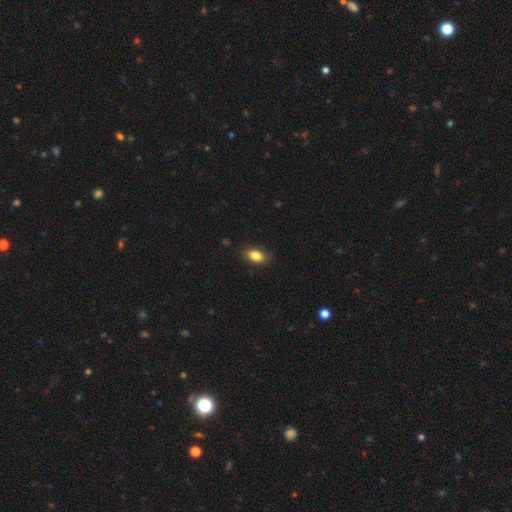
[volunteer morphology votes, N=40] smooth_or_featured: smooth (p=0.82) [alt: featured or disk p=0.12]
how_rounded: in between (p=0.97) [alt: round p=0.03]
merging: none (p=0.92) [alt: minor disturbance p=0.05]